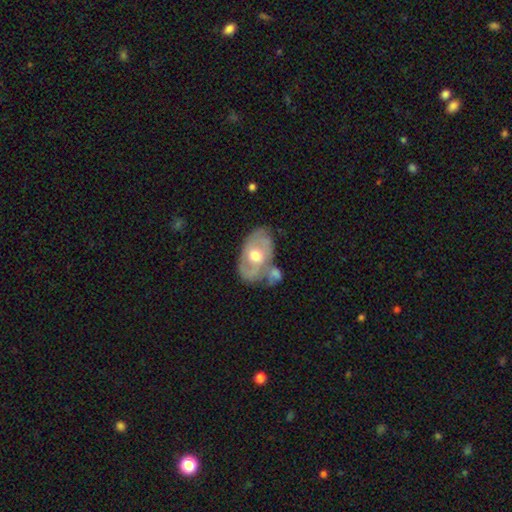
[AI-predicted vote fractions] A featured or disk galaxy (64%) with no bar (70%), spiral arms (62%) and a moderate central bulge (78%). Merging: none (47%).